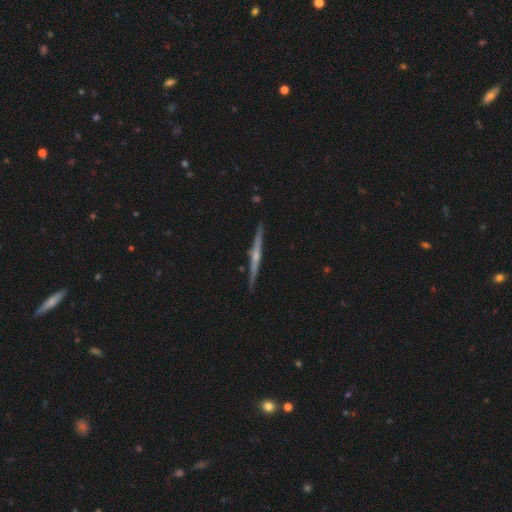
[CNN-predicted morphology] This is likely a featured or disk galaxy (78%). It is clearly viewed edge-on (98%). Edge-on bulge: likely rounded (74%). Merging: clearly none (91%).